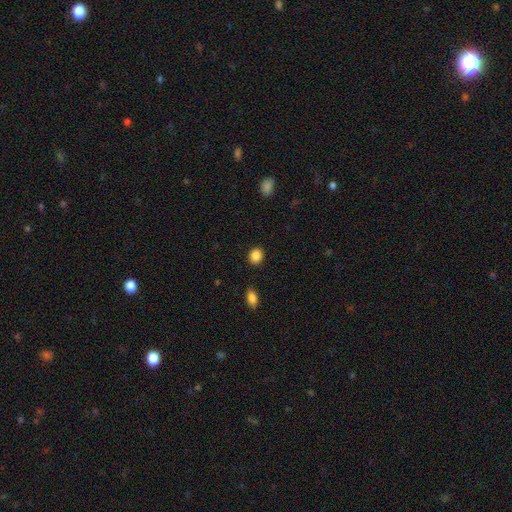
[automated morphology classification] Smooth or featured: smooth — 87% (star or artifact — 9%)
How rounded: round — 69% (in between — 30%)
Merging: none — 89% (minor disturbance — 7%)